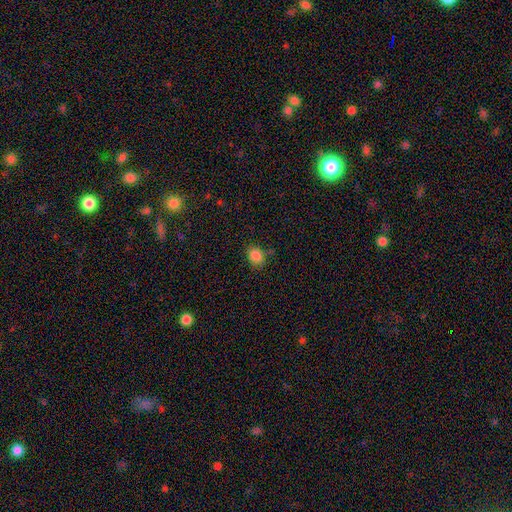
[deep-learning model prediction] smooth-or-featured: smooth: 85% | star or artifact: 10% | featured or disk: 4%
  how-rounded: round: 51% | in between: 48% | cigar-shaped: 1%
  merging: none: 75% | minor disturbance: 17% | major disturbance: 4% | merger: 4%